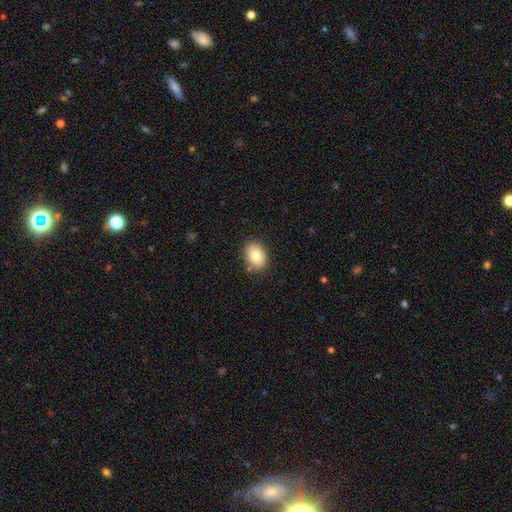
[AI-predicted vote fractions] A smooth galaxy with no disk features (82%) that is in between round and cigar-shaped (74%). Merging: none (85%).